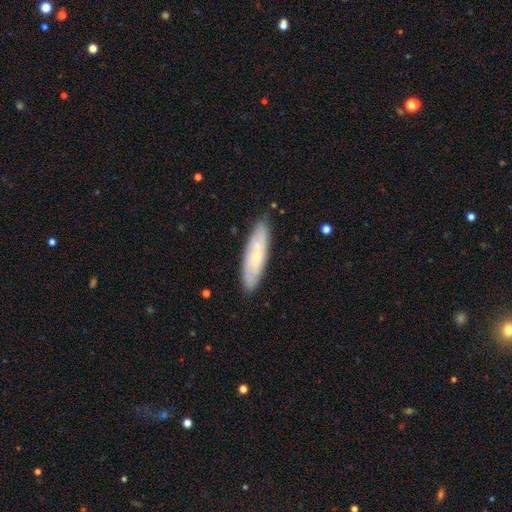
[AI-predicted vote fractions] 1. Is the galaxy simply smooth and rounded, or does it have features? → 52% smooth, 41% featured or disk, 7% star or artifact.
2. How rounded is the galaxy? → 66% cigar-shaped, 32% in between, 2% round.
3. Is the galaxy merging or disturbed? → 86% none, 11% minor disturbance, 2% major disturbance, 1% merger.